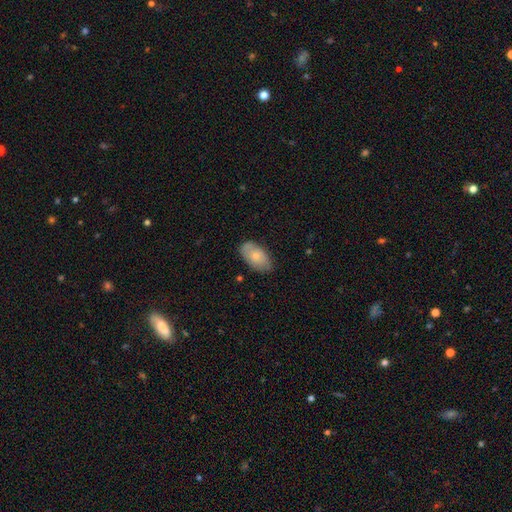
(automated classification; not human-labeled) smooth_or_featured: smooth (p=0.67) [alt: featured or disk p=0.27]
how_rounded: in between (p=0.94) [alt: round p=0.04]
merging: none (p=0.74) [alt: minor disturbance p=0.21]